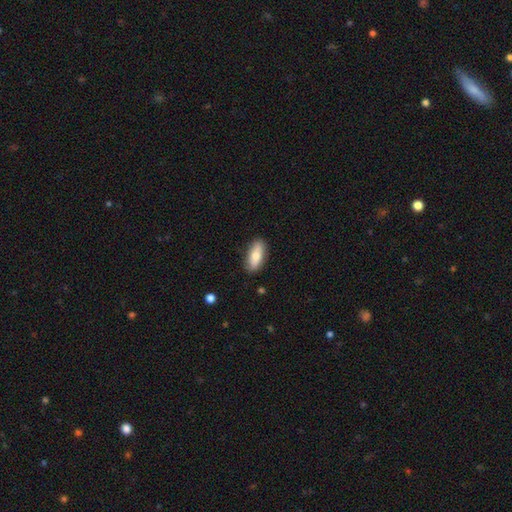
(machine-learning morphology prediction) Q: Smooth or featured?
A: smooth (73%); runner-up: featured or disk (21%)
Q: How rounded?
A: in between (75%); runner-up: cigar-shaped (22%)
Q: Merging?
A: none (86%); runner-up: minor disturbance (11%)